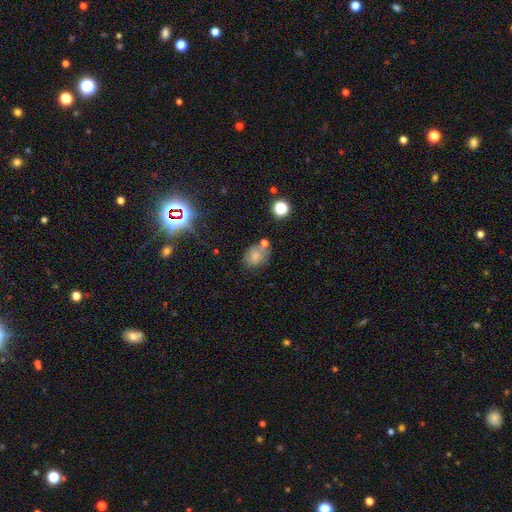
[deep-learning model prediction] Smooth or featured: smooth — 67% (featured or disk — 17%)
How rounded: in between — 62% (round — 37%)
Merging: none — 52% (minor disturbance — 22%)